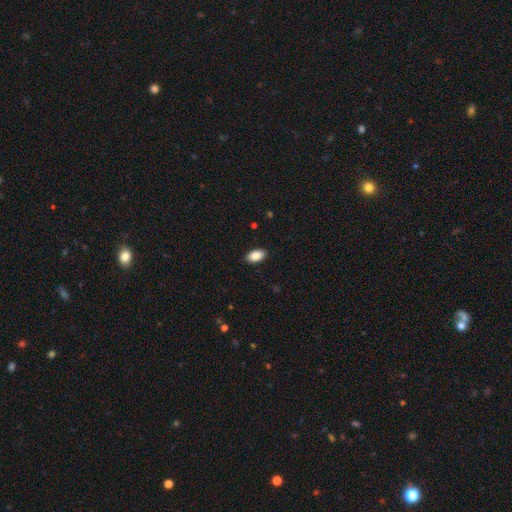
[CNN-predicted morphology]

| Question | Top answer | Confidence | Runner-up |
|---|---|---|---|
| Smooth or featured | smooth | 87% | star or artifact (7%) |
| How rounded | in between | 93% | round (5%) |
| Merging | none | 89% | minor disturbance (8%) |